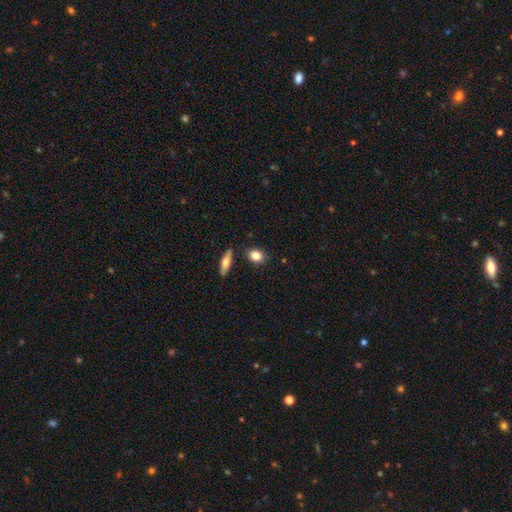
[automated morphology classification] This appears to be a smooth galaxy with no disk features (84%) that is in between round and cigar-shaped (63%). Merging: none (81%).